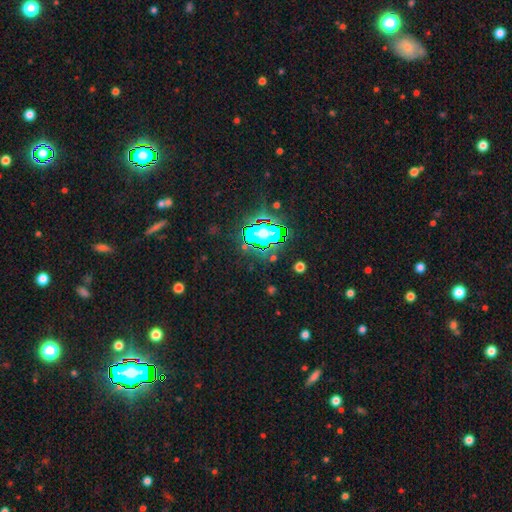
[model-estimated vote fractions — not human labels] A star or artifact, not a galaxy (81%).

Vote fractions:
- Smooth or featured? star or artifact: 81% / smooth: 11% / featured or disk: 8%